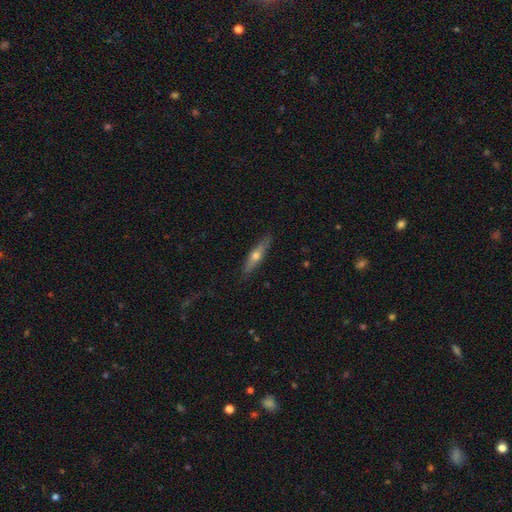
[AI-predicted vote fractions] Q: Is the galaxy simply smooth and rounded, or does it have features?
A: featured or disk — 53%.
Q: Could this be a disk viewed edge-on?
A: yes — 90%.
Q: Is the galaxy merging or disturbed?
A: none — 87%.